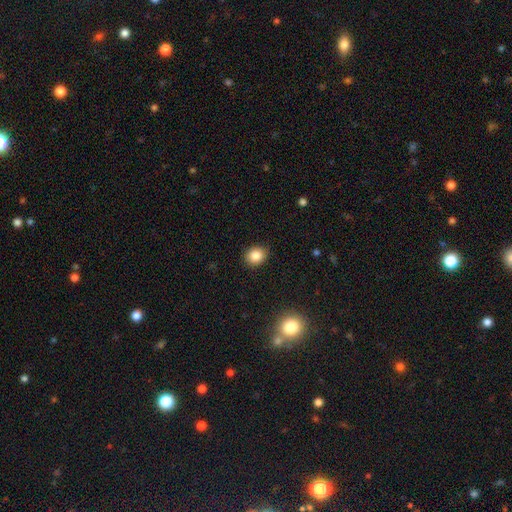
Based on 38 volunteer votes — smooth_or_featured: smooth (p=0.95) [alt: featured or disk p=0.03]
how_rounded: round (p=0.50) [tied with: in between p=0.50]
merging: none (p=0.97) [alt: minor disturbance p=0.03]